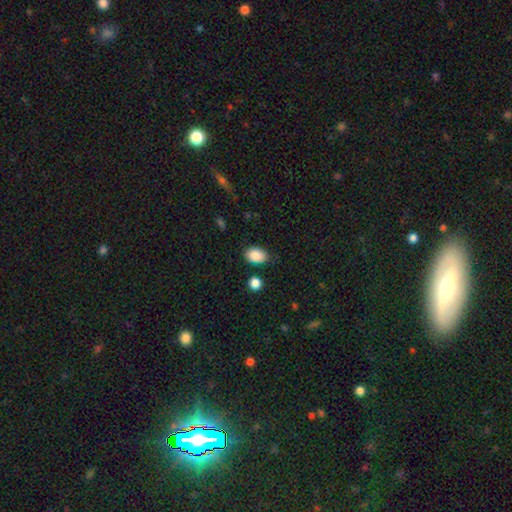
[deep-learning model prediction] smooth 88%, star or artifact 8%, featured or disk 5%. Down the decision tree: how rounded — in between (84%); merging — none (76%).